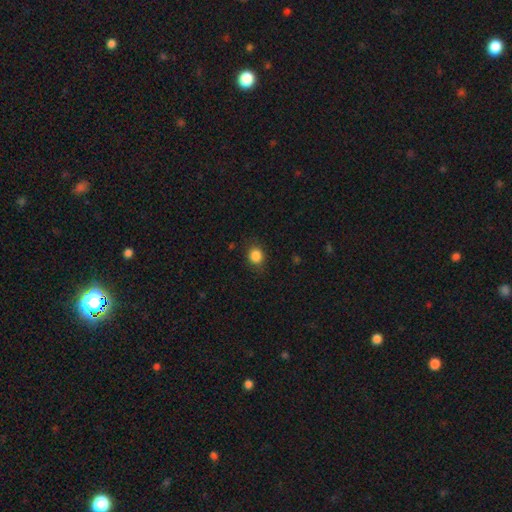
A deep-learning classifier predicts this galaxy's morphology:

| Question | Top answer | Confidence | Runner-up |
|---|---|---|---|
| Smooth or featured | smooth | 86% | star or artifact (10%) |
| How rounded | round | 69% | in between (30%) |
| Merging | none | 83% | minor disturbance (13%) |